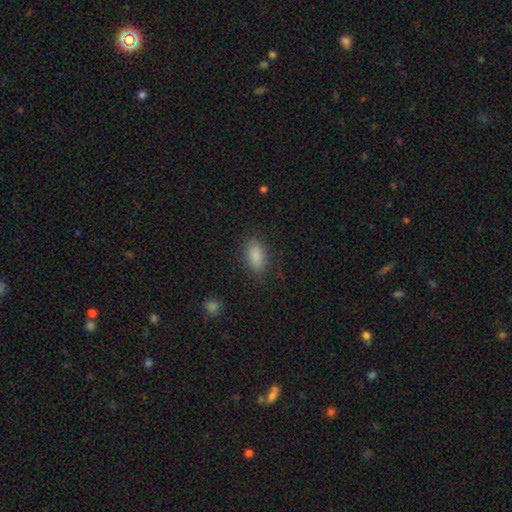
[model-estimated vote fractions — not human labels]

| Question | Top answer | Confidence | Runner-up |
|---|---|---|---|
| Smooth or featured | smooth | 87% | star or artifact (8%) |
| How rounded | in between | 91% | round (5%) |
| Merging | none | 84% | minor disturbance (11%) |